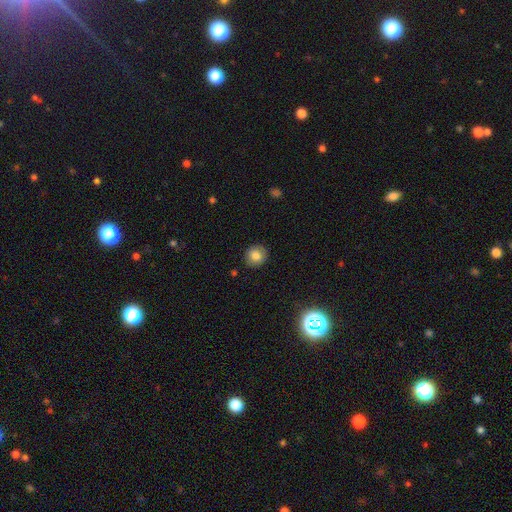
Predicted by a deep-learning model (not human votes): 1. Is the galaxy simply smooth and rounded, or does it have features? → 82% smooth, 11% star or artifact, 7% featured or disk.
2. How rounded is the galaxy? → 87% round, 12% in between, 1% cigar-shaped.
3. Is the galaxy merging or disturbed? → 90% none, 7% minor disturbance, 2% major disturbance, 1% merger.